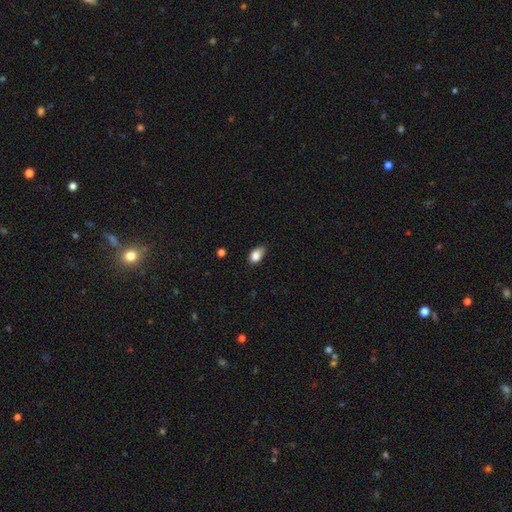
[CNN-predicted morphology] The model was most divided on "merging": none: 58%, minor disturbance: 34%, major disturbance: 5%, merger: 2%. More confident: how rounded — in between (86%); smooth or featured — smooth (85%).